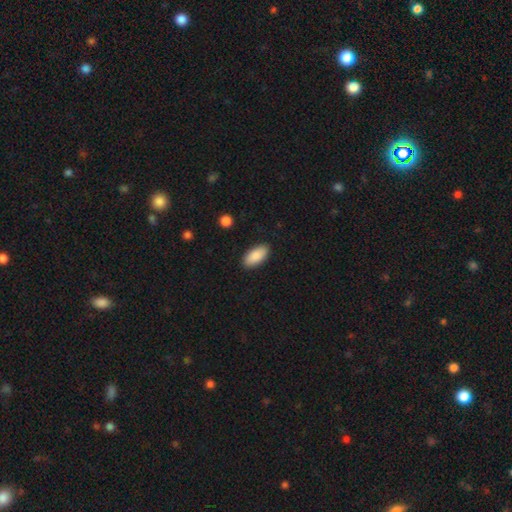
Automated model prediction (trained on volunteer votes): This is clearly a smooth galaxy (89%). How rounded: clearly in between (93%). Merging: clearly none (89%).